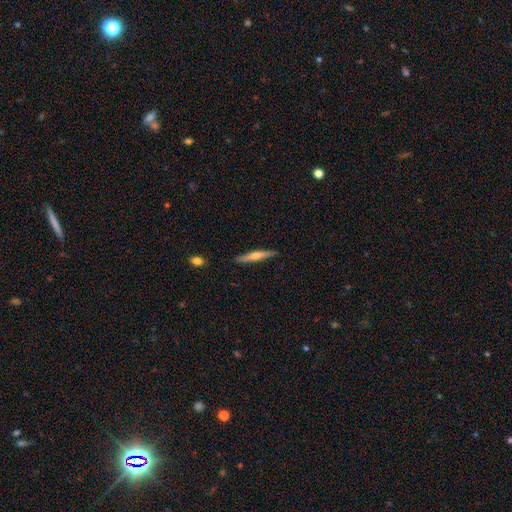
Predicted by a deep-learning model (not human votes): The model was most divided on "smooth or featured": featured or disk: 57%, smooth: 37%, star or artifact: 6%. More confident: edge-on disk — yes (96%); merging — none (90%); edge-on bulge — rounded (86%).